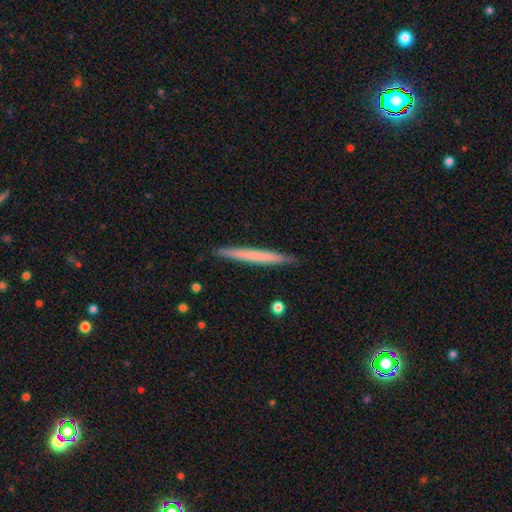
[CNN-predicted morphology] This is possibly a smooth galaxy (59%). How rounded: clearly cigar-shaped (97%). Merging: clearly none (91%).